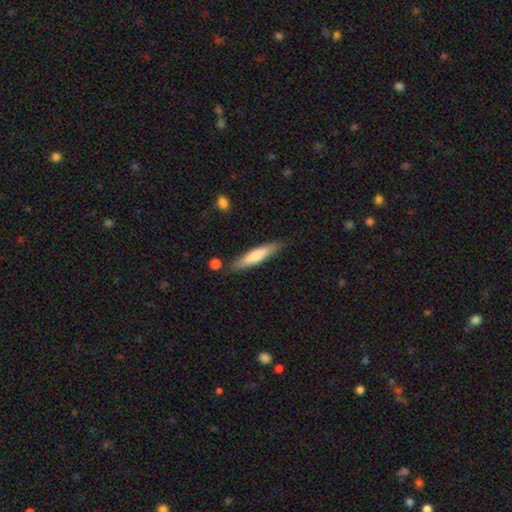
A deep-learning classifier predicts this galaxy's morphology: The model was most divided on "smooth or featured": smooth: 71%, featured or disk: 23%, star or artifact: 5%. More confident: how rounded — cigar-shaped (86%); merging — none (82%).